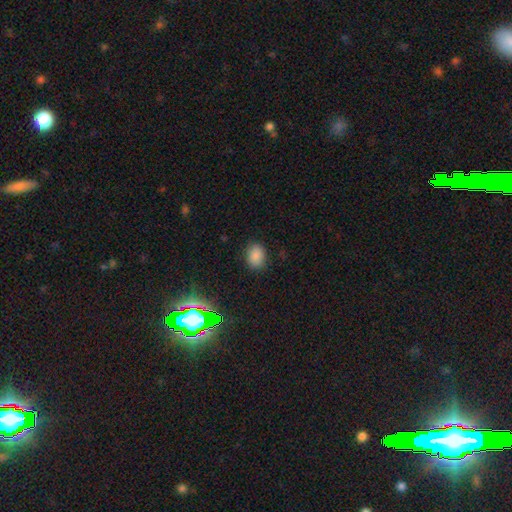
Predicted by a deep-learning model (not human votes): This is clearly a smooth galaxy (83%). How rounded: likely in between (63%). Merging: clearly none (85%).